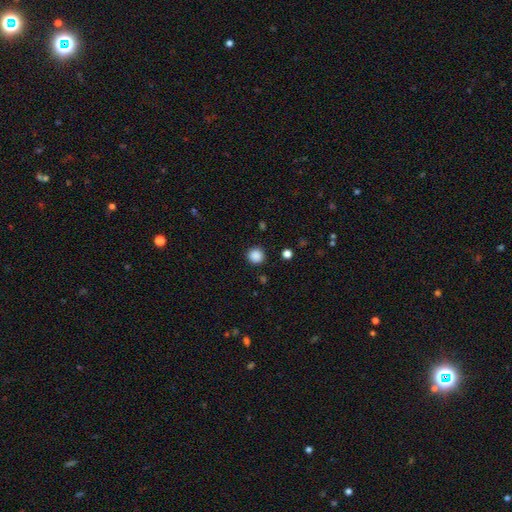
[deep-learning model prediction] Smooth or featured: smooth — 87% (star or artifact — 10%)
How rounded: round — 94% (in between — 5%)
Merging: none — 90% (minor disturbance — 6%)